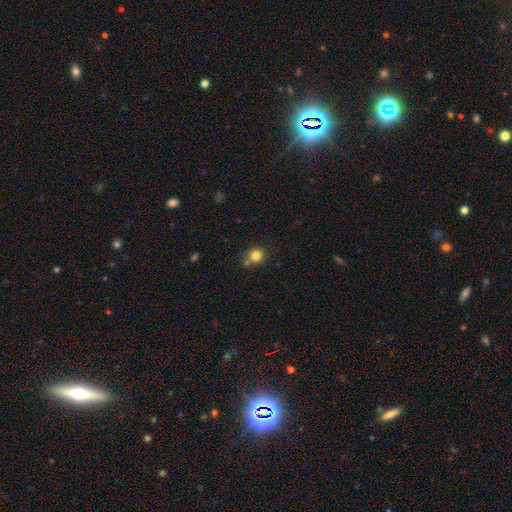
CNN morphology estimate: Q: Smooth or featured?
A: smooth (81%); runner-up: star or artifact (12%)
Q: How rounded?
A: round (89%); runner-up: in between (10%)
Q: Merging?
A: none (67%); runner-up: merger (17%)